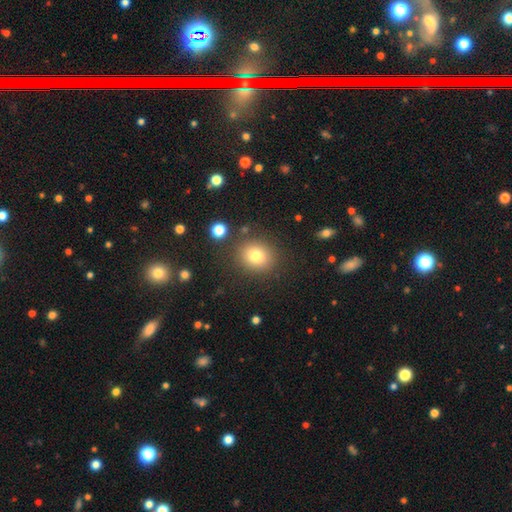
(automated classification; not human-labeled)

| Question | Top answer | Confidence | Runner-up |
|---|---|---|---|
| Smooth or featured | smooth | 77% | star or artifact (13%) |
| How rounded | round | 78% | in between (21%) |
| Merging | none | 84% | minor disturbance (9%) |